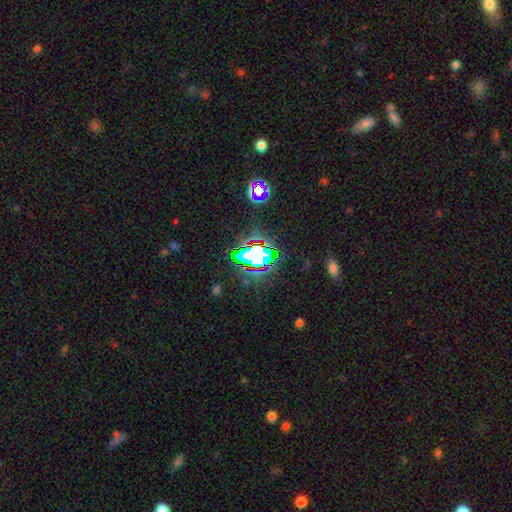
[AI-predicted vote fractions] Morphology: type=star or artifact (64%).